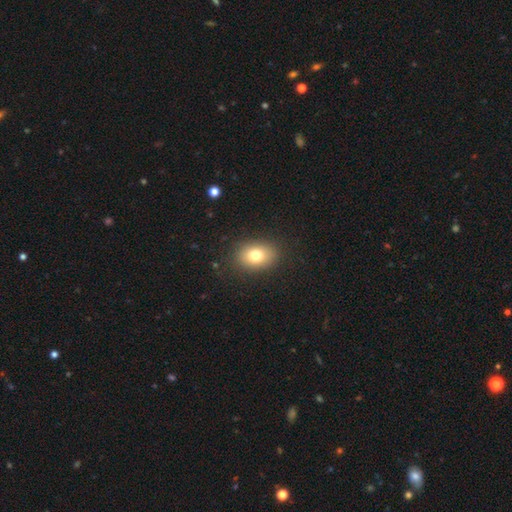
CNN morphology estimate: Smooth or featured? Predicted: smooth (p=0.77). How rounded? Predicted: in between (p=0.67). Merging? Predicted: none (p=0.86).